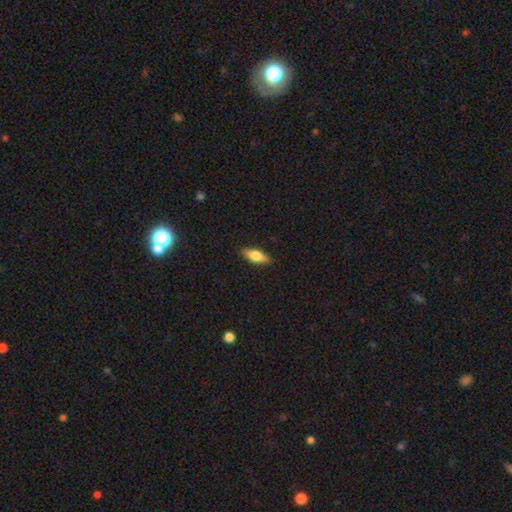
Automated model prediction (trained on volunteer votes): smooth-or-featured: smooth: 62% | featured or disk: 31% | star or artifact: 7%
  how-rounded: in between: 67% | cigar-shaped: 29% | round: 4%
  merging: none: 88% | minor disturbance: 9% | major disturbance: 2% | merger: 1%